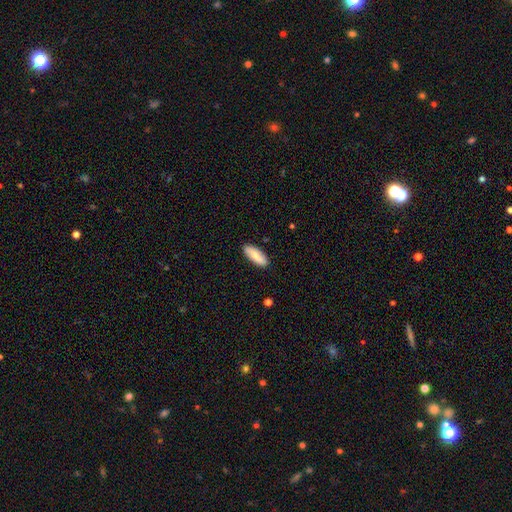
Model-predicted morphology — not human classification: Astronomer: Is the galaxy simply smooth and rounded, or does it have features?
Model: smooth — 77%.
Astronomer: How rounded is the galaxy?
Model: in between — 67%.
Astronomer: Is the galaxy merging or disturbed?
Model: none — 88%.